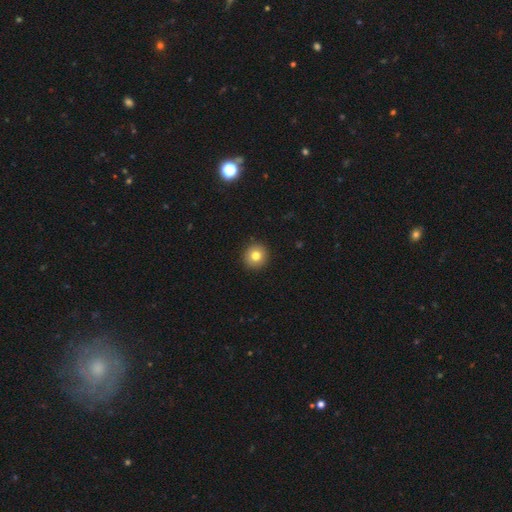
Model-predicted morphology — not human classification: Smooth or featured? Predicted: smooth (p=0.80). How rounded? Predicted: round (p=0.94). Merging? Predicted: none (p=0.93).